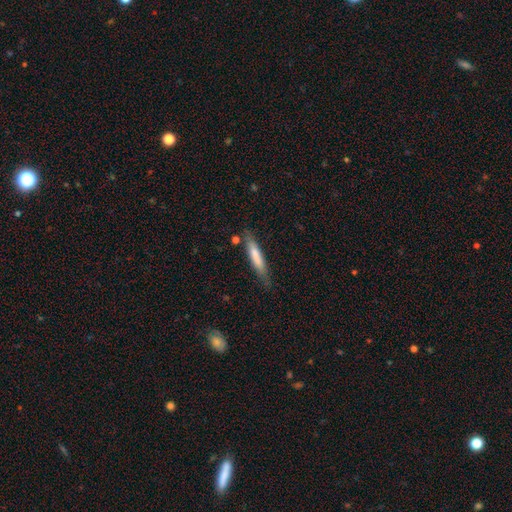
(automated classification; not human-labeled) smooth-or-featured: smooth: 73% | featured or disk: 22% | star or artifact: 6%
  how-rounded: cigar-shaped: 87% | in between: 12% | round: 1%
  merging: none: 75% | minor disturbance: 17% | merger: 4% | major disturbance: 4%